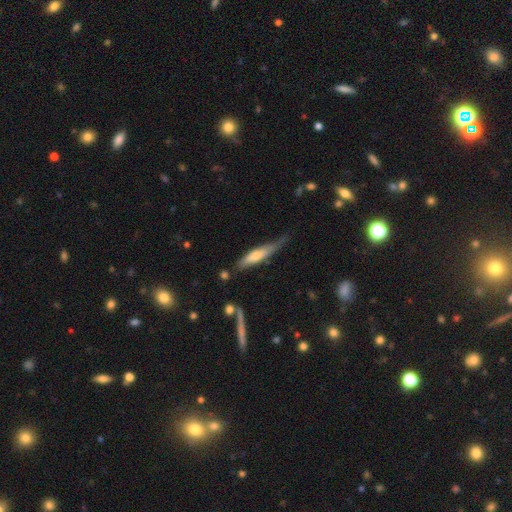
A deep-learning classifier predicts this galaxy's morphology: This appears to be a smooth galaxy with no disk features (55%) that is cigar-shaped (77%). Merging: none (41%).